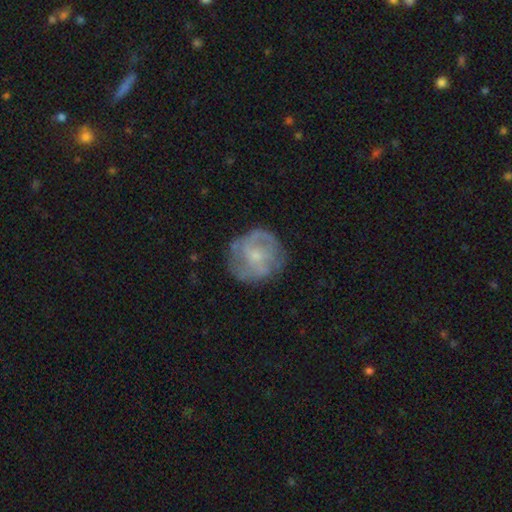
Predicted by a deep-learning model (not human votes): Smooth or featured? featured or disk (64%)
Edge-on disk? no (97%)
Bar? no (59%)
Spiral arms? yes (70%)
Bulge size? small (60%)
Merging? none (73%)